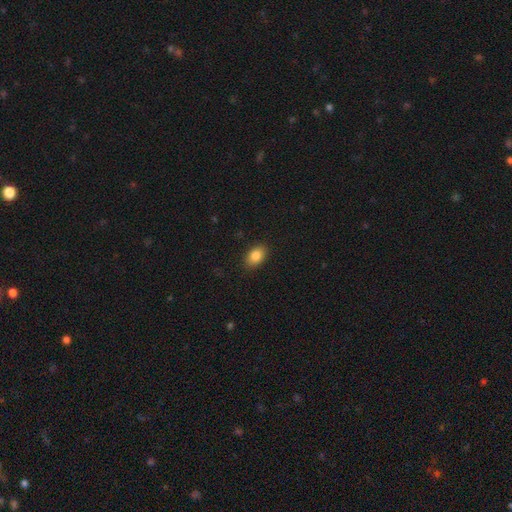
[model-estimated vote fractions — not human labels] The model was most divided on "how rounded": in between: 83%, round: 16%, cigar-shaped: 1%. More confident: merging — none (87%); smooth or featured — smooth (86%).